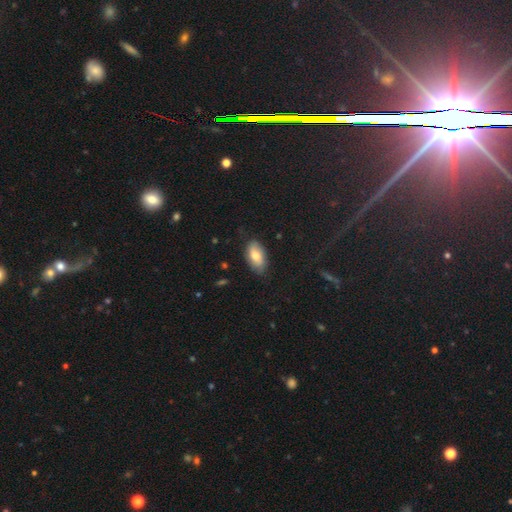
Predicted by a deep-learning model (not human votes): Overall: smooth (77%). How rounded: in between (94%). Merging: none (77%).